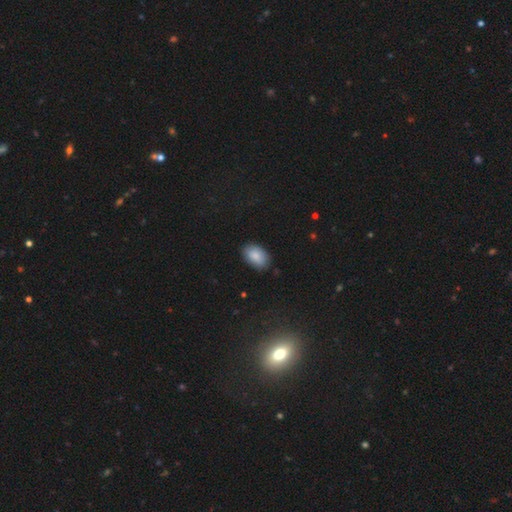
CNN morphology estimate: Overall: smooth (88%). How rounded: in between (91%). Merging: none (84%).